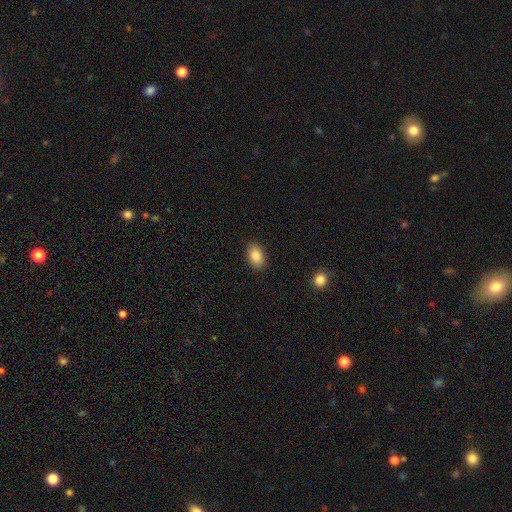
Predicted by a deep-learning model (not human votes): Morphology: type=smooth (87%); roundness=in between (86%); merging=none (88%).